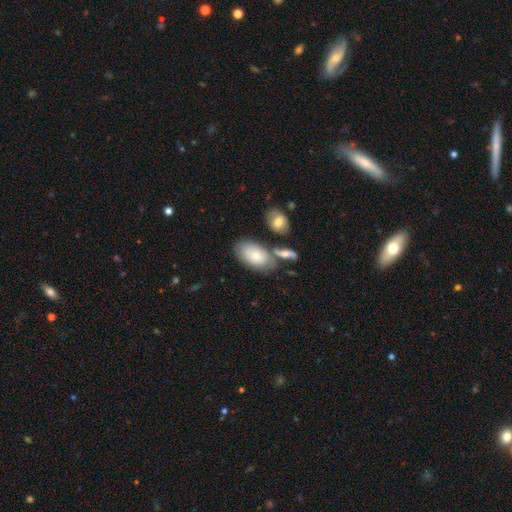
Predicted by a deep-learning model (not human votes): Morphology: type=smooth (68%); roundness=in between (92%); merging=none (56%).